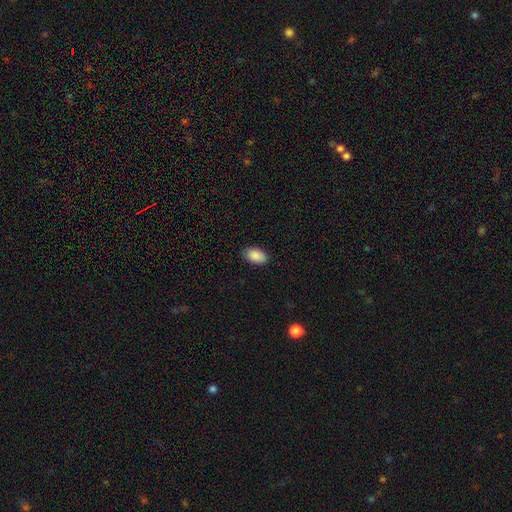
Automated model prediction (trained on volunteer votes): Overall: smooth (89%). How rounded: in between (94%). Merging: none (87%).